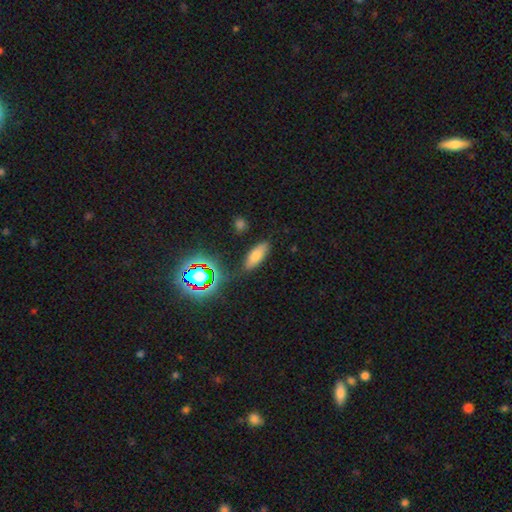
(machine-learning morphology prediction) Overall: smooth (70%). How rounded: in between (70%). Merging: none (81%).